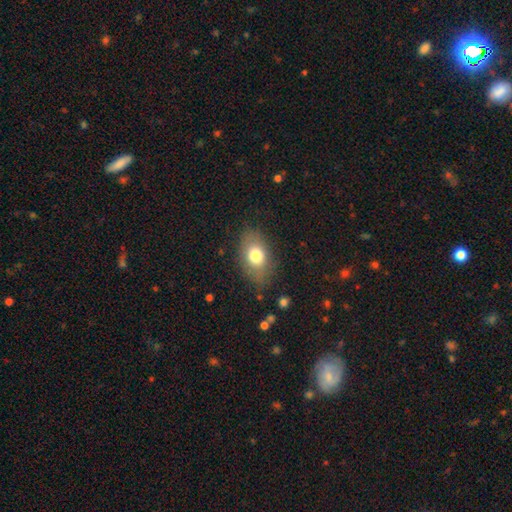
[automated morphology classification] Smooth or featured: smooth — 75% (featured or disk — 17%)
How rounded: in between — 81% (round — 17%)
Merging: none — 76% (minor disturbance — 17%)